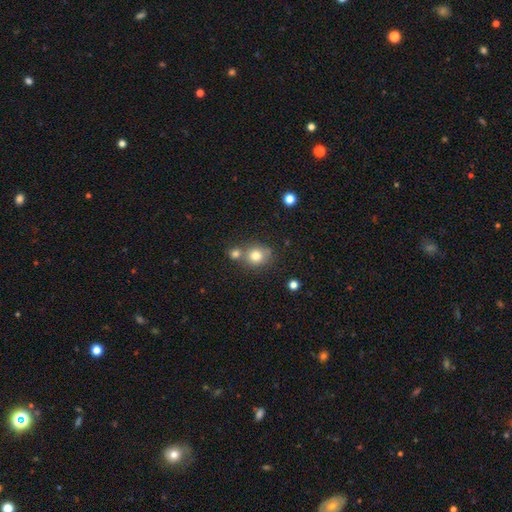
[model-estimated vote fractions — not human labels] smooth-or-featured: smooth: 78% | star or artifact: 12% | featured or disk: 10%
  how-rounded: round: 81% | in between: 18% | cigar-shaped: 1%
  merging: none: 57% | merger: 29% | minor disturbance: 10% | major disturbance: 3%